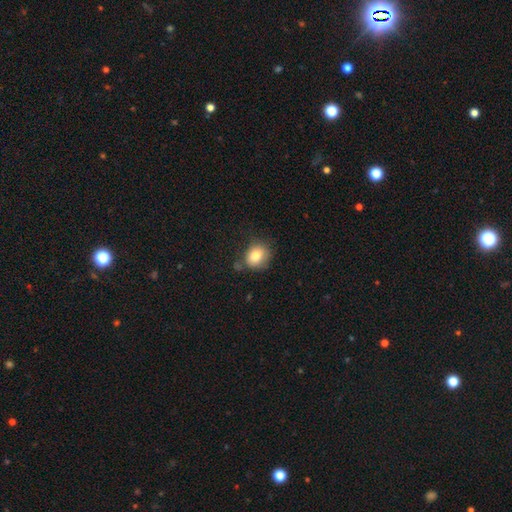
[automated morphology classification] smooth_or_featured: smooth (p=0.81) [alt: star or artifact p=0.10]
how_rounded: round (p=0.65) [alt: in between p=0.35]
merging: none (p=0.69) [alt: minor disturbance p=0.21]